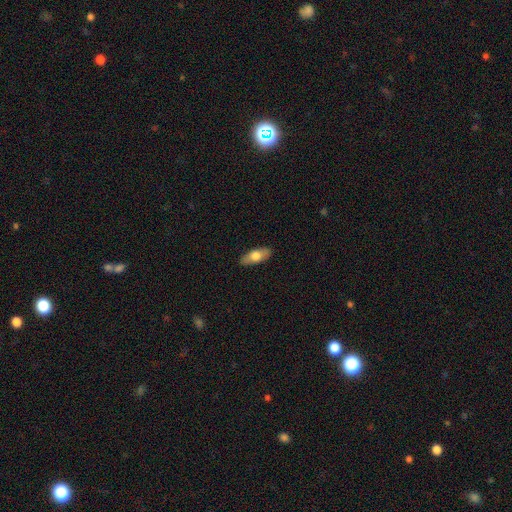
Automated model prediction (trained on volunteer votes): Overall: smooth (65%; featured or disk 28%). How rounded: in between (76%). Merging: none (87%).